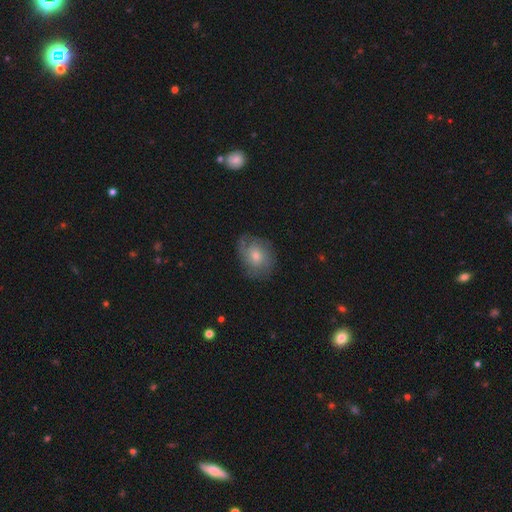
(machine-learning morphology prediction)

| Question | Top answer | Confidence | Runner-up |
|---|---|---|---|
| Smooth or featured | featured or disk | 48% | smooth (44%) |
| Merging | none | 71% | minor disturbance (20%) |